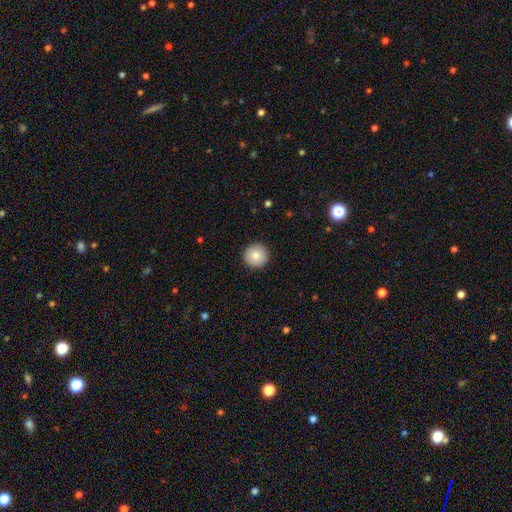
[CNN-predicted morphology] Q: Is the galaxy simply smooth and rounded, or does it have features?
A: smooth — 83%.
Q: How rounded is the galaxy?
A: round — 96%.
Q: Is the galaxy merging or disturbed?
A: none — 93%.